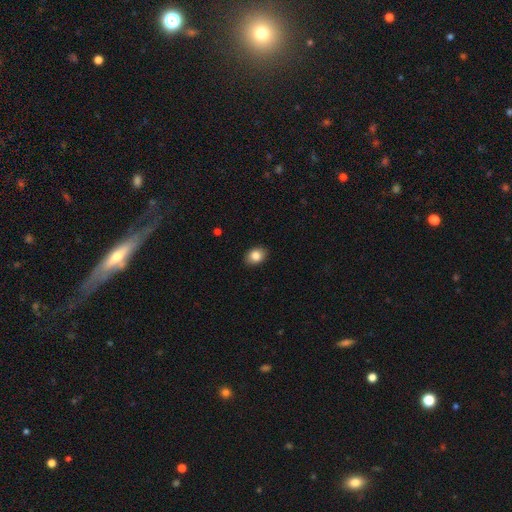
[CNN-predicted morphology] A smooth galaxy with no disk features (85%) that is in between round and cigar-shaped (68%).

Vote fractions:
- Smooth or featured? smooth: 85% / star or artifact: 8% / featured or disk: 6%
- How rounded? in between: 68% / round: 31% / cigar-shaped: 1%
- Merging? none: 89% / minor disturbance: 8% / major disturbance: 2% / merger: 1%